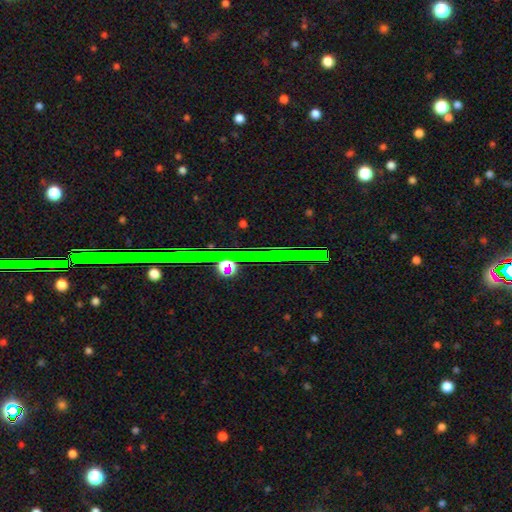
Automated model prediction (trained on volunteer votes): Smooth or featured?
  - star or artifact: 73% *
  - featured or disk: 17%
  - smooth: 10%